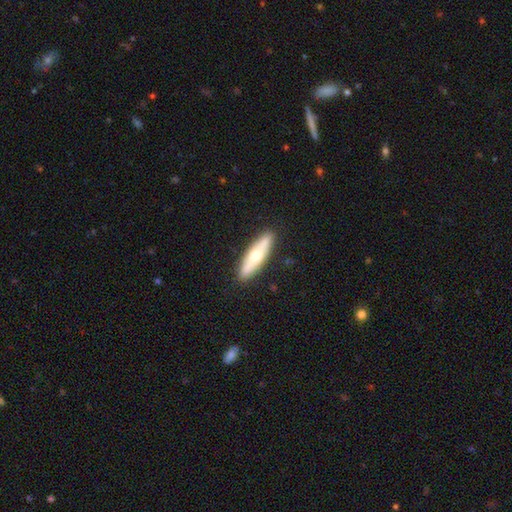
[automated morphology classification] Q: Smooth or featured?
A: smooth (49%); runner-up: featured or disk (46%)
Q: Merging?
A: none (89%); runner-up: minor disturbance (8%)